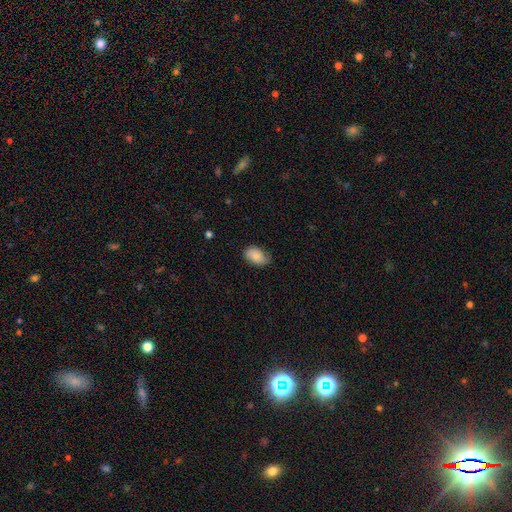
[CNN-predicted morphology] A smooth galaxy with no disk features (81%) that is in between round and cigar-shaped (90%).

Vote fractions:
- Smooth or featured? smooth: 81% / featured or disk: 12% / star or artifact: 7%
- How rounded? in between: 90% / round: 9% / cigar-shaped: 1%
- Merging? none: 69% / minor disturbance: 25% / major disturbance: 5% / merger: 1%